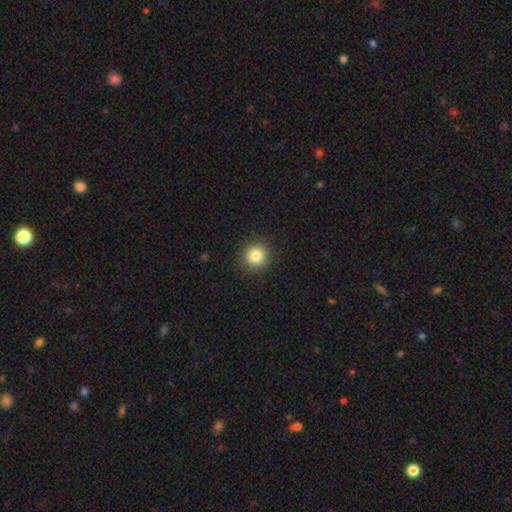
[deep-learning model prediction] A smooth galaxy with no disk features (84%) that is round (94%). Merging: none (92%).